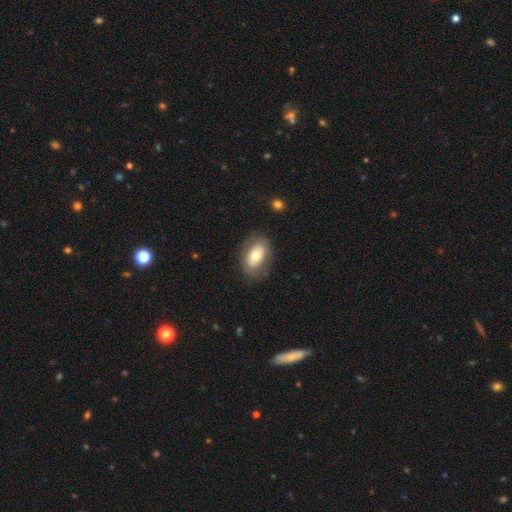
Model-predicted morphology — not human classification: Smooth or featured: smooth — 63% (featured or disk — 30%)
How rounded: in between — 89% (round — 9%)
Merging: none — 80% (minor disturbance — 14%)